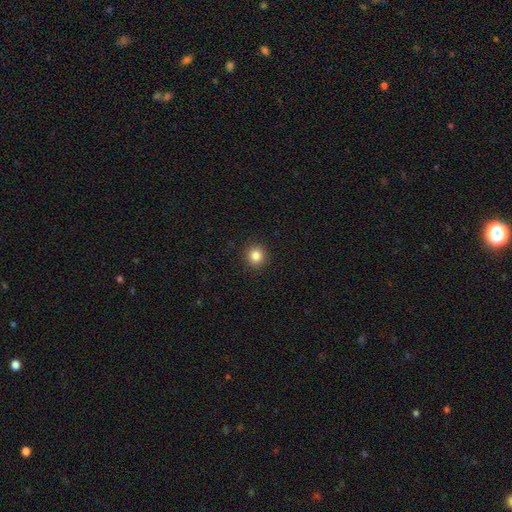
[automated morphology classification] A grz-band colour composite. It shows a smooth galaxy with no disk features (84%) that is round (93%). Merging: none (93%).